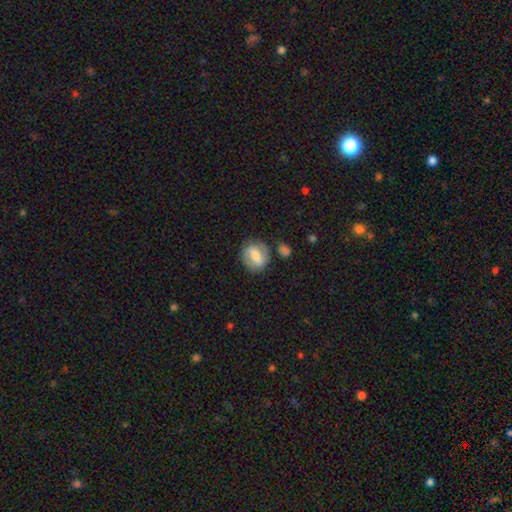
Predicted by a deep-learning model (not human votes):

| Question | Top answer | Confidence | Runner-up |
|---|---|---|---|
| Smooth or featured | featured or disk | 53% | smooth (40%) |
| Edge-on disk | no | 95% | yes (5%) |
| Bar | strong | 54% | weak (33%) |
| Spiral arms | yes | 71% | no (29%) |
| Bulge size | moderate | 42% | small (31%) |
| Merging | none | 74% | minor disturbance (16%) |